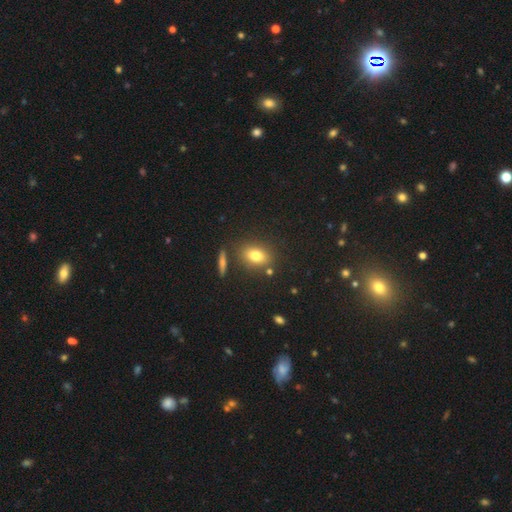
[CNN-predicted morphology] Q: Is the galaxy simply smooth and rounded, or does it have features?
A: smooth — 76%.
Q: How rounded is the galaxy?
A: in between — 67%.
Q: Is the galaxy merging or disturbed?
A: none — 79%.